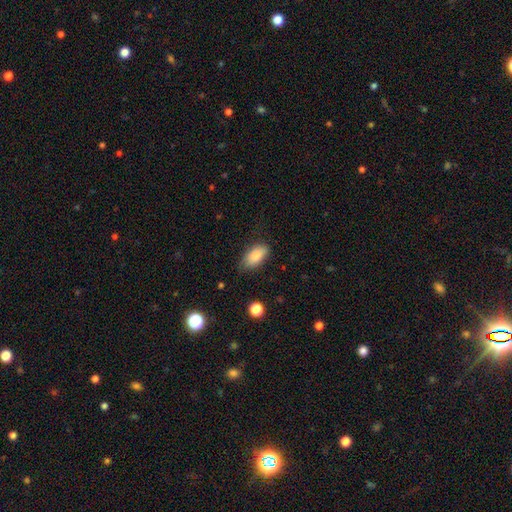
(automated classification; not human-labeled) Smooth or featured? smooth (85%)
How rounded? in between (91%)
Merging? none (77%)